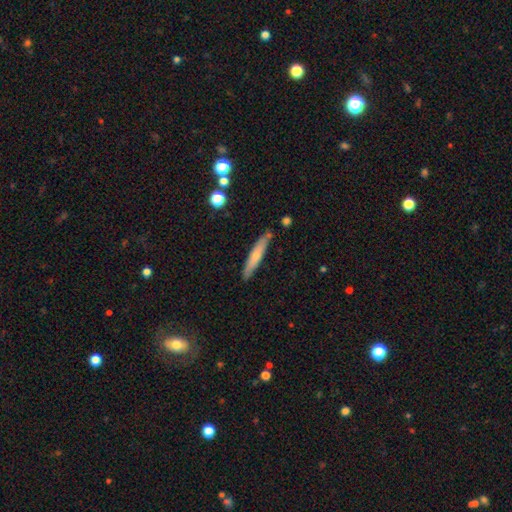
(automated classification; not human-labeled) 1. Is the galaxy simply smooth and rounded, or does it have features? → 59% smooth, 35% featured or disk, 6% star or artifact.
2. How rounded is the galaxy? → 91% cigar-shaped, 7% in between, 1% round.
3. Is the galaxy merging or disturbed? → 83% none, 11% minor disturbance, 4% merger, 2% major disturbance.